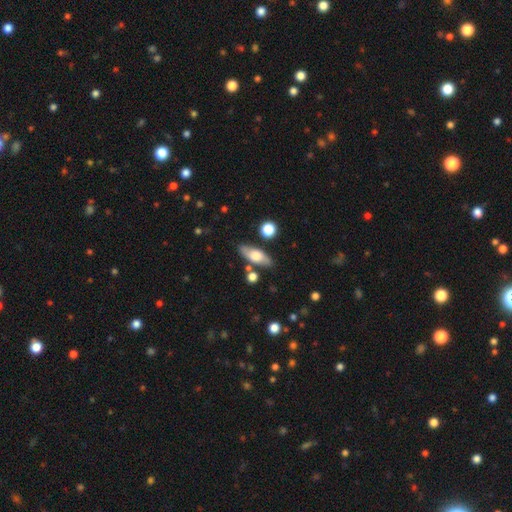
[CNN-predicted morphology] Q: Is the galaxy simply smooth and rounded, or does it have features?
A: smooth — 57%.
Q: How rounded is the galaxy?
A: in between — 66%.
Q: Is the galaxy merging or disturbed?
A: none — 80%.